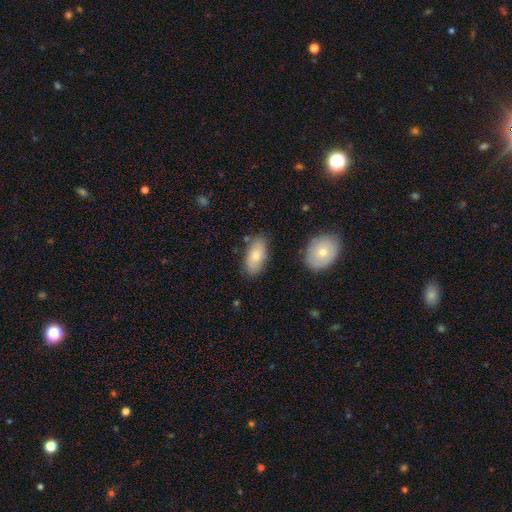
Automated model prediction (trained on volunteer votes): This is likely a smooth galaxy (77%). How rounded: clearly in between (92%). Merging: likely none (76%).